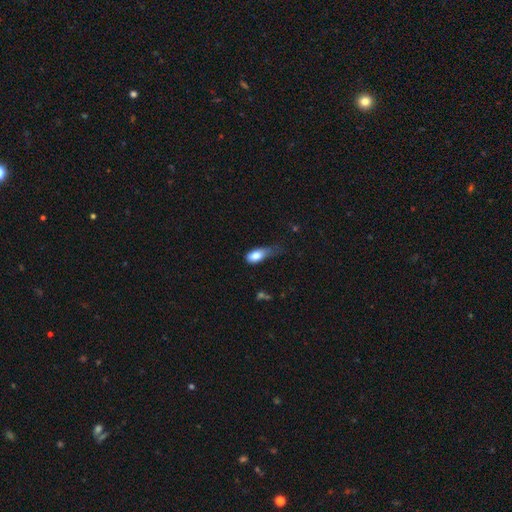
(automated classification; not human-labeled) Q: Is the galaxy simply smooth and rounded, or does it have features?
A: smooth — 80%.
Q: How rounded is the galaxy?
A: in between — 84%.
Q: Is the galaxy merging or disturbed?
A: minor disturbance — 45%.